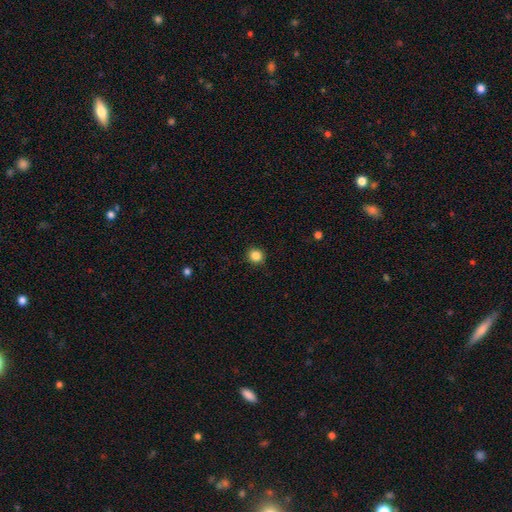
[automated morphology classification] Q: Smooth or featured?
A: smooth (85%); runner-up: star or artifact (11%)
Q: How rounded?
A: round (88%); runner-up: in between (11%)
Q: Merging?
A: none (91%); runner-up: minor disturbance (6%)